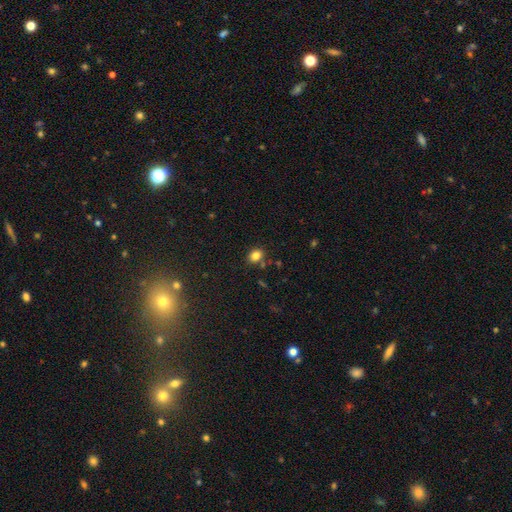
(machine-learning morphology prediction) smooth-or-featured: smooth: 82% | star or artifact: 12% | featured or disk: 6%
  how-rounded: round: 50% | in between: 49% | cigar-shaped: 1%
  merging: none: 79% | minor disturbance: 12% | merger: 6% | major disturbance: 3%